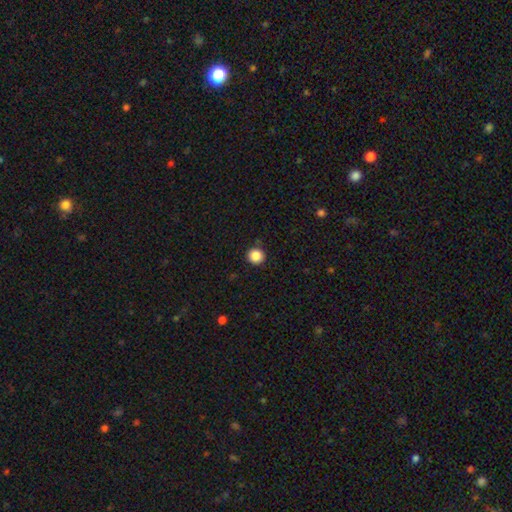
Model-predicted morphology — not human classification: A smooth galaxy with no disk features (87%) that is round (94%).

Vote fractions:
- Smooth or featured? smooth: 87% / star or artifact: 10% / featured or disk: 3%
- How rounded? round: 94% / in between: 5% / cigar-shaped: 1%
- Merging? none: 91% / minor disturbance: 6% / major disturbance: 2% / merger: 1%